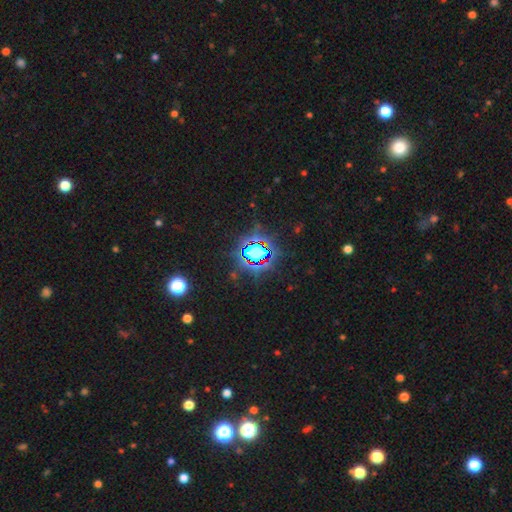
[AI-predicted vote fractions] Smooth or featured?
  - star or artifact: 80% *
  - smooth: 12%
  - featured or disk: 8%